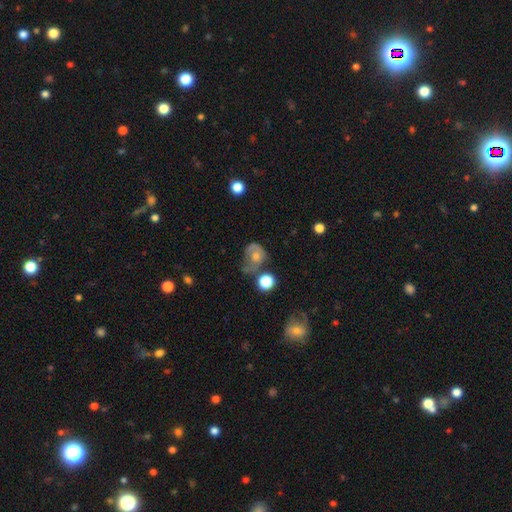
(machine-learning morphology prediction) Q: Smooth or featured?
A: smooth (50%); runner-up: featured or disk (39%)
Q: Merging?
A: major disturbance (35%); runner-up: none (26%)